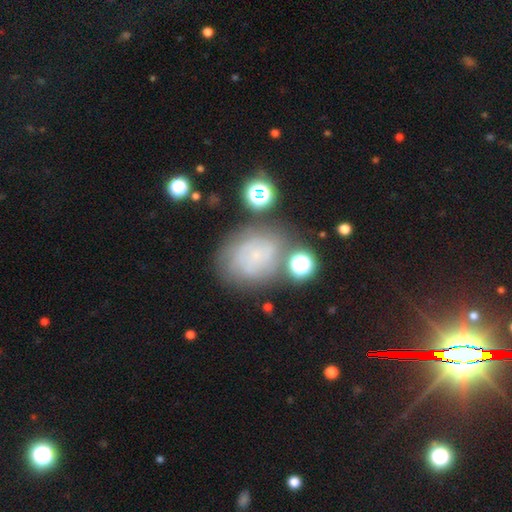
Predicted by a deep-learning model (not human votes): A featured or disk galaxy (45%).

Vote fractions:
- Smooth or featured? featured or disk: 45% / smooth: 36% / star or artifact: 19%
- Merging? none: 64% / minor disturbance: 19% / major disturbance: 9% / merger: 8%